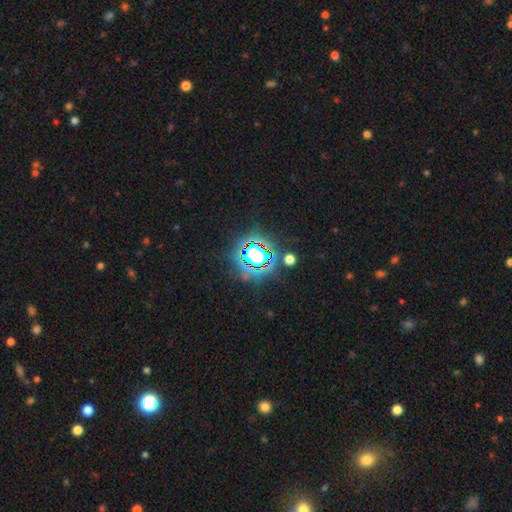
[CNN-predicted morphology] type=star or artifact (80%).